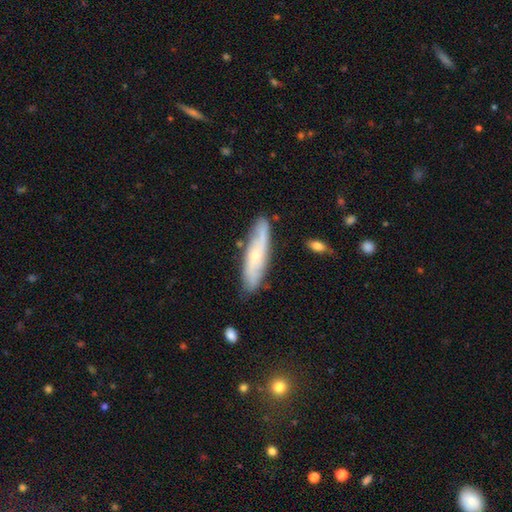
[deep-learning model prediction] Q: Smooth or featured?
A: featured or disk (54%); runner-up: smooth (39%)
Q: Edge-on disk?
A: no (60%); runner-up: yes (40%)
Q: Merging?
A: none (78%); runner-up: minor disturbance (16%)